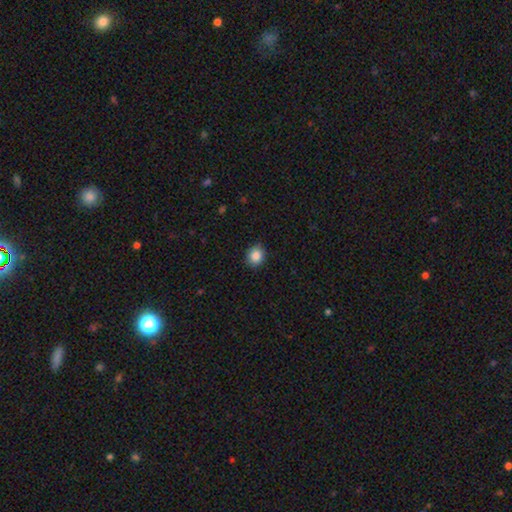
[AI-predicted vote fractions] Smooth or featured? smooth (87%)
How rounded? round (73%)
Merging? none (88%)